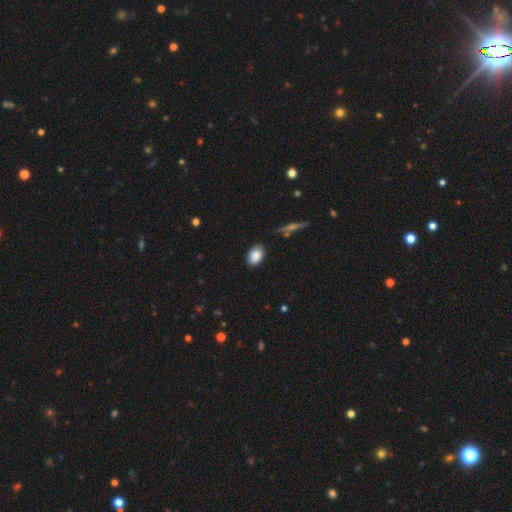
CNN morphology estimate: smooth_or_featured: smooth (p=0.86) [alt: star or artifact p=0.07]
how_rounded: in between (p=0.86) [alt: round p=0.13]
merging: none (p=0.81) [alt: minor disturbance p=0.15]